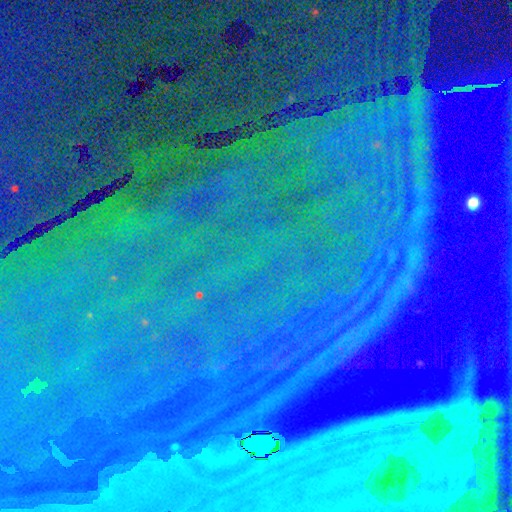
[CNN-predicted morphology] Q: Smooth or featured?
A: star or artifact (88%); runner-up: featured or disk (6%)